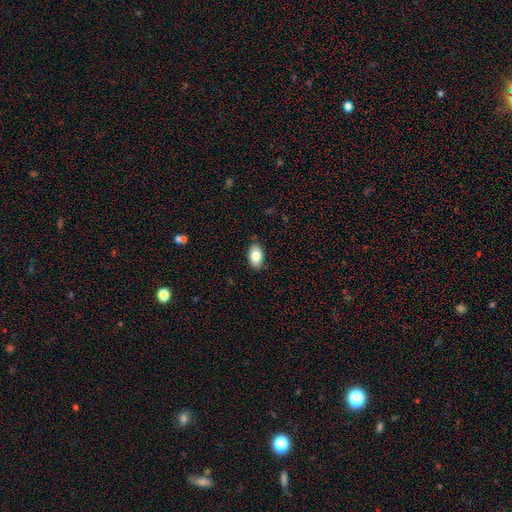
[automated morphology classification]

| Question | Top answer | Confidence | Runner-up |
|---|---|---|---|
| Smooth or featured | smooth | 84% | featured or disk (9%) |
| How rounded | in between | 93% | round (6%) |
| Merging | none | 83% | minor disturbance (13%) |